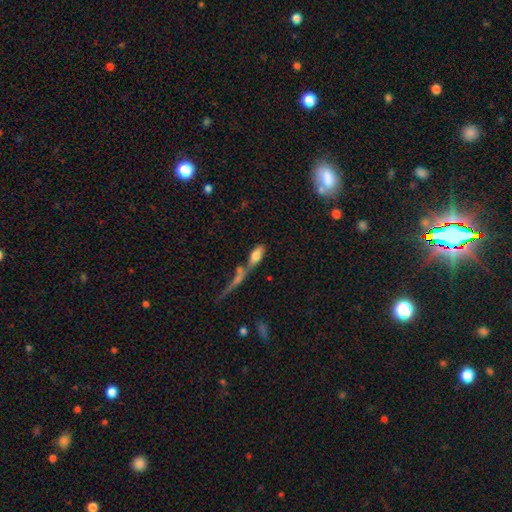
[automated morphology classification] Overall: smooth (72%). How rounded: in between (74%). Merging: merger (42%; none 37%).